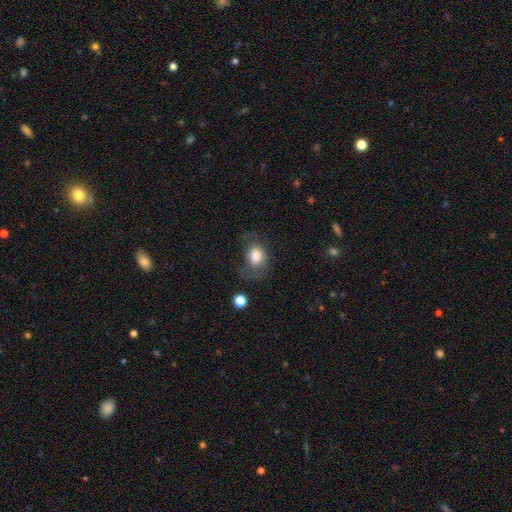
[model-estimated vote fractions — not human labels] smooth-or-featured: smooth: 78% | featured or disk: 14% | star or artifact: 8%
  how-rounded: in between: 52% | round: 47% | cigar-shaped: 1%
  merging: none: 50% | minor disturbance: 26% | major disturbance: 21% | merger: 3%